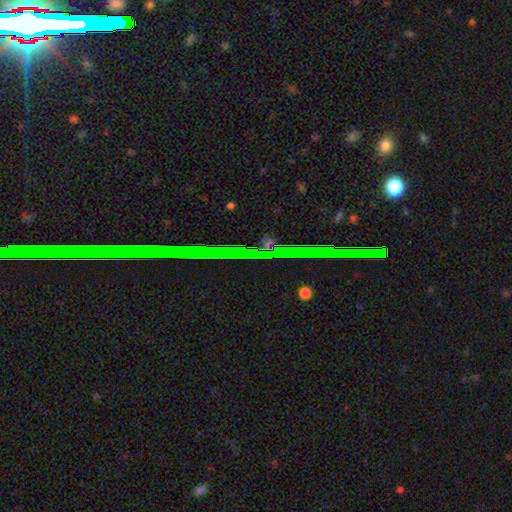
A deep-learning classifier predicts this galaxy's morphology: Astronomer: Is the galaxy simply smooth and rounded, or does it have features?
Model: star or artifact — 71%.